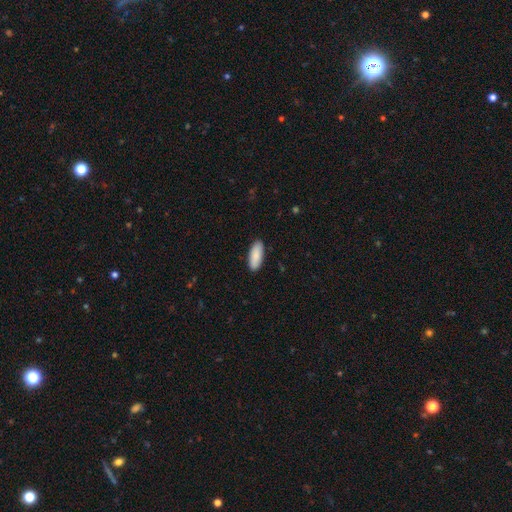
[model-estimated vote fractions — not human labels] Q: Smooth or featured?
A: smooth (89%); runner-up: featured or disk (6%)
Q: How rounded?
A: in between (79%); runner-up: cigar-shaped (19%)
Q: Merging?
A: none (90%); runner-up: minor disturbance (8%)